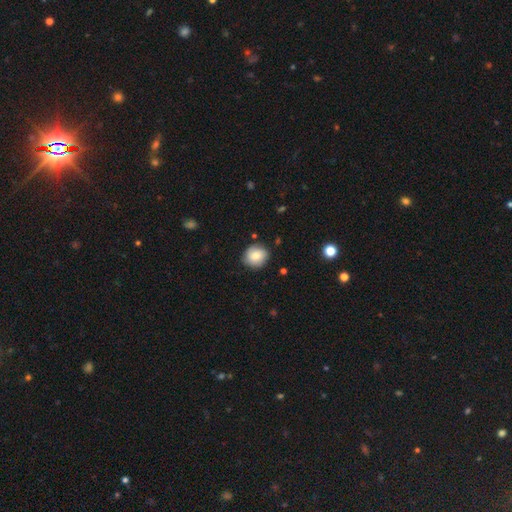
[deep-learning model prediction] smooth_or_featured: smooth (p=0.80) [alt: featured or disk p=0.11]
how_rounded: round (p=0.82) [alt: in between p=0.17]
merging: none (p=0.84) [alt: minor disturbance p=0.12]